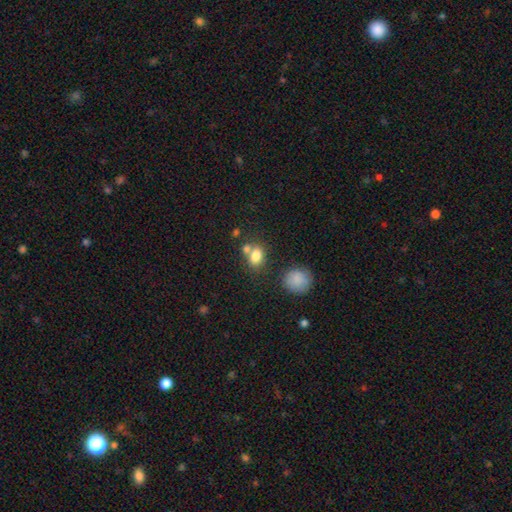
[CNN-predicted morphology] Smooth or featured: smooth — 80% (star or artifact — 11%)
How rounded: in between — 67% (round — 31%)
Merging: none — 52% (merger — 31%)